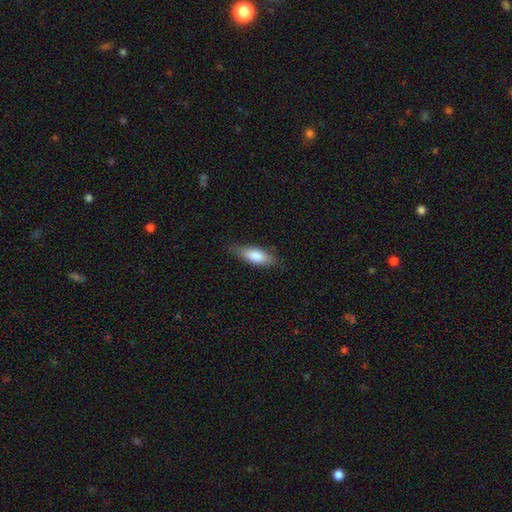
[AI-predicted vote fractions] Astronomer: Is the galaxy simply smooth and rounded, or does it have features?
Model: smooth — 81%.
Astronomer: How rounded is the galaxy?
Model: in between — 72%.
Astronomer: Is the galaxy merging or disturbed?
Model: none — 81%.